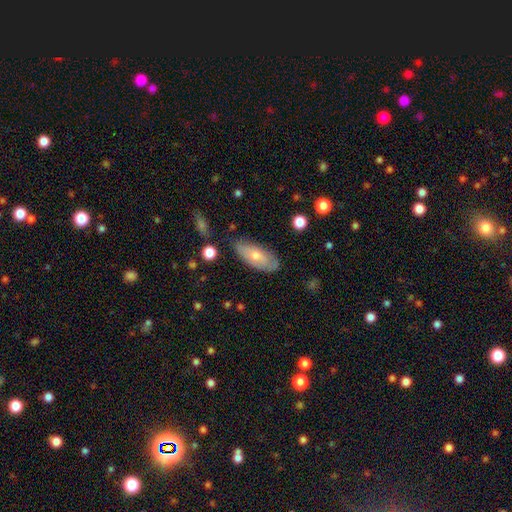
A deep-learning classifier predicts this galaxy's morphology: Overall: smooth (64%; featured or disk 30%). How rounded: in between (83%). Merging: none (69%).